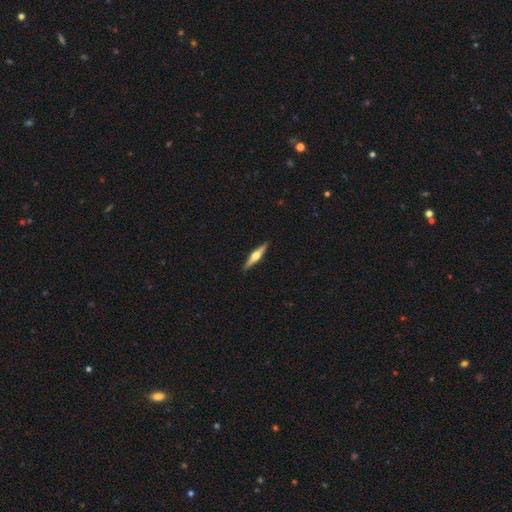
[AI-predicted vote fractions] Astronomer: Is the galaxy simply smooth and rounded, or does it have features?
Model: featured or disk — 70%.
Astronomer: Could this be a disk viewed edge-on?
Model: yes — 98%.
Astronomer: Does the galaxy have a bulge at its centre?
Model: rounded — 94%.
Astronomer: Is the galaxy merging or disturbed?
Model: none — 91%.